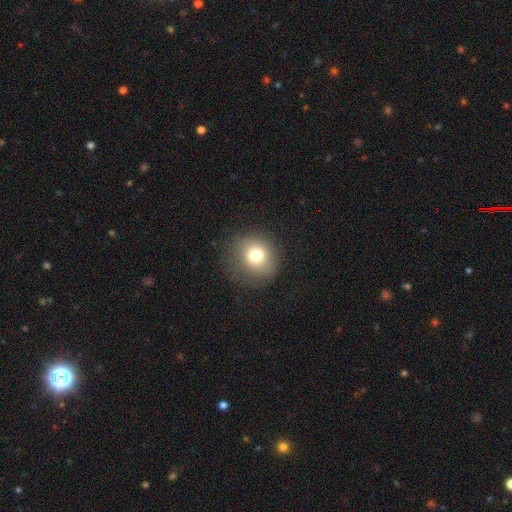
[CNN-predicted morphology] The model was most divided on "smooth or featured": smooth: 75%, featured or disk: 12%, star or artifact: 12%. More confident: how rounded — round (88%); merging — none (80%).